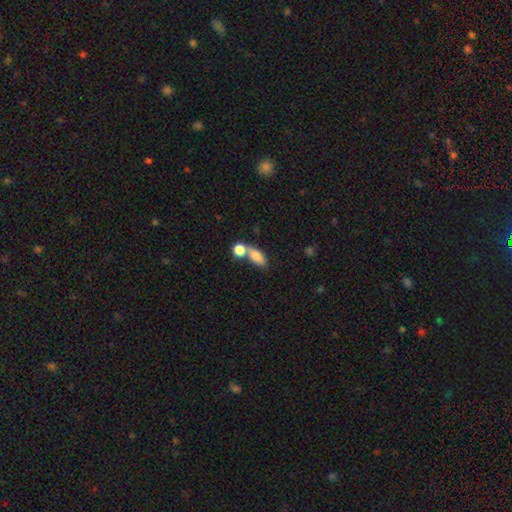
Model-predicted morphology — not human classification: This appears to be a smooth galaxy with no disk features (80%) that is in between round and cigar-shaped (76%). Merging: merger (49%).